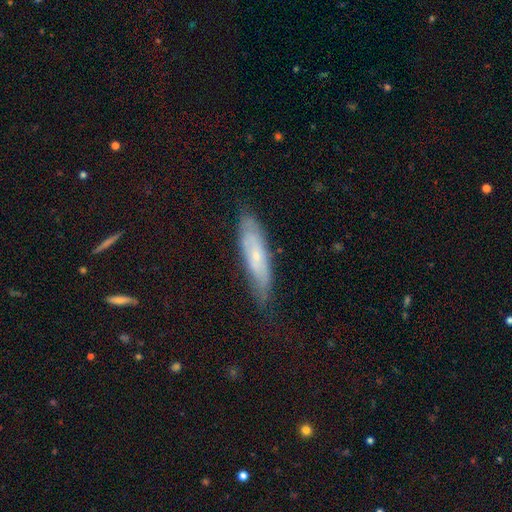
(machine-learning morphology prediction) Smooth or featured: featured or disk — 51% (smooth — 42%)
Edge-on disk: no — 64% (yes — 36%)
Merging: none — 66% (minor disturbance — 26%)